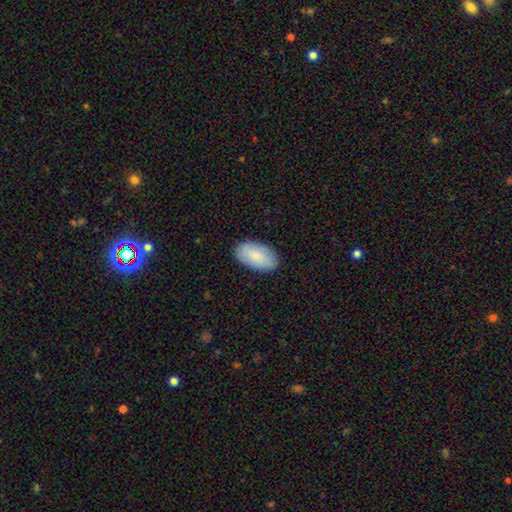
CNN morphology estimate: smooth-or-featured: smooth: 84% | featured or disk: 10% | star or artifact: 6%
  how-rounded: in between: 96% | round: 3% | cigar-shaped: 2%
  merging: none: 87% | minor disturbance: 10% | major disturbance: 2% | merger: 1%